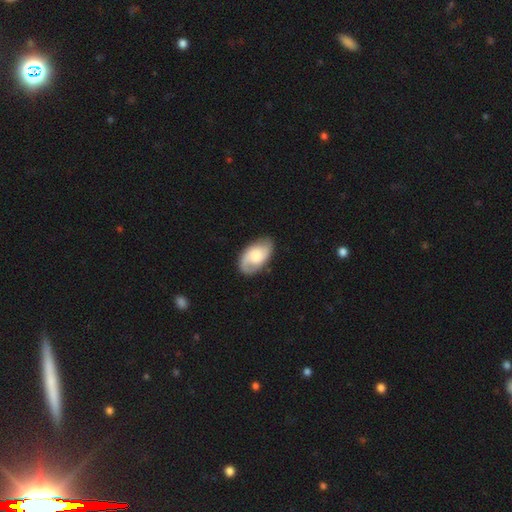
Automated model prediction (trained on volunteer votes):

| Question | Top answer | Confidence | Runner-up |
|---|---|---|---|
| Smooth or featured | featured or disk | 61% | smooth (33%) |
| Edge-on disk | no | 96% | yes (4%) |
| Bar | no | 63% | weak (31%) |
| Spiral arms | yes | 89% | no (11%) |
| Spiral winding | medium | 44% | tight (29%) |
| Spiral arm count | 2 | 78% | 1 (10%) |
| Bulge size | moderate | 33% | large (31%) |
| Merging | none | 79% | minor disturbance (15%) |